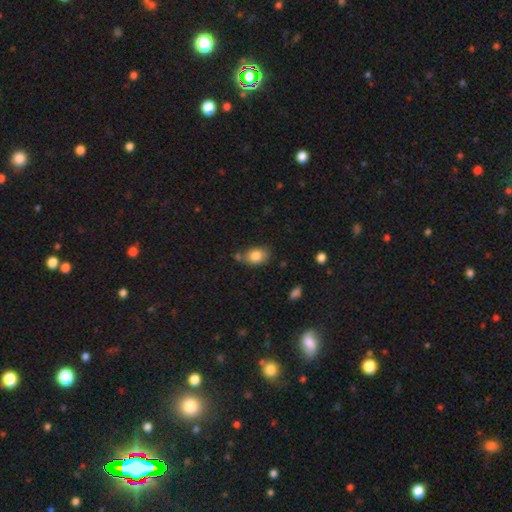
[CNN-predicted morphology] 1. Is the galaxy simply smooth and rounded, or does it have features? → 83% smooth, 9% featured or disk, 8% star or artifact.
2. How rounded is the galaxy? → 77% in between, 21% round, 1% cigar-shaped.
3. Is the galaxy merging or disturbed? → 65% none, 20% minor disturbance, 10% merger, 5% major disturbance.